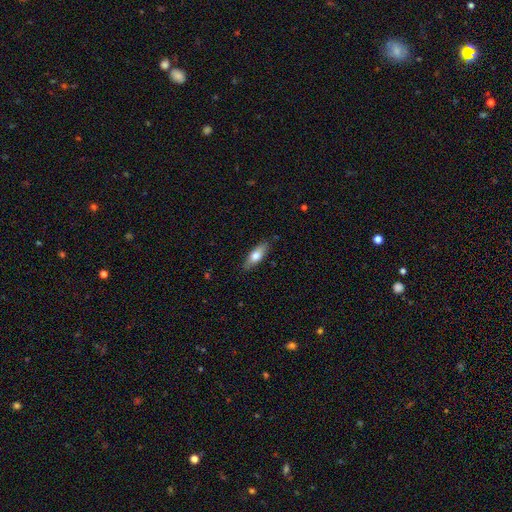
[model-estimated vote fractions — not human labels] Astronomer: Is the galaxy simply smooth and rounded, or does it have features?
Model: smooth — 69%.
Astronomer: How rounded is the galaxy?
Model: in between — 59% (runner-up: cigar-shaped, 39%).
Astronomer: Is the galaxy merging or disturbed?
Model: none — 85%.